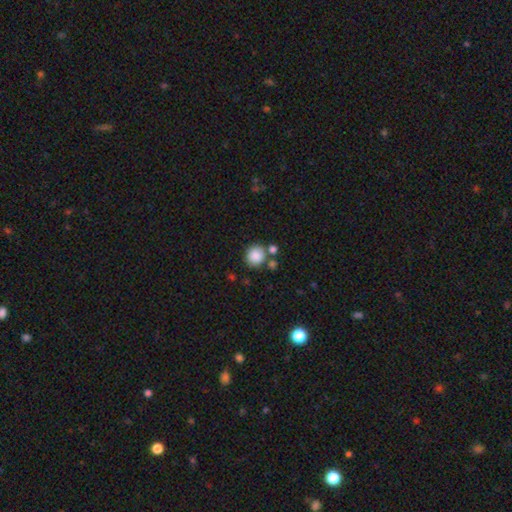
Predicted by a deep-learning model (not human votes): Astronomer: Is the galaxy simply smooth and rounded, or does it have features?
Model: smooth — 87%.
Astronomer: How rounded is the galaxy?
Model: round — 86%.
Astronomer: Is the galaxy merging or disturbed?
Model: none — 71%.